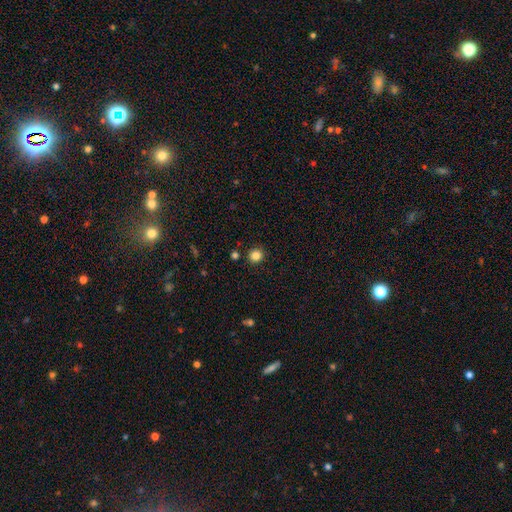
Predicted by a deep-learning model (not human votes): Smooth or featured: smooth — 84% (star or artifact — 12%)
How rounded: round — 91% (in between — 8%)
Merging: none — 89% (minor disturbance — 6%)